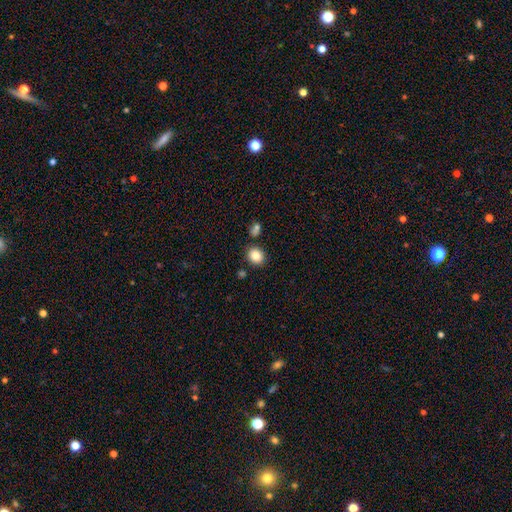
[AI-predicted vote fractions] Smooth or featured: smooth — 85% (star or artifact — 9%)
How rounded: round — 64% (in between — 35%)
Merging: none — 84% (minor disturbance — 9%)